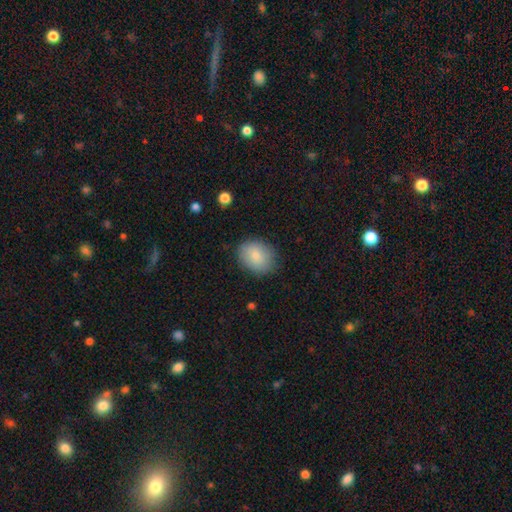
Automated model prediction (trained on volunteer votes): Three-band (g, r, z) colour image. It shows a smooth galaxy with no disk features (85%) that is in between round and cigar-shaped (50%). Merging: none (82%).